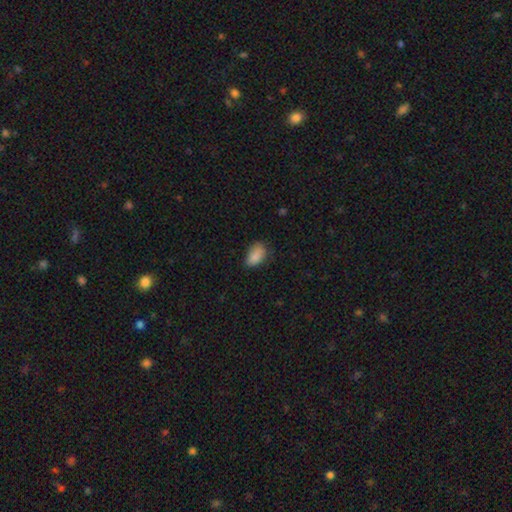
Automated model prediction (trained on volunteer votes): The model was most divided on "merging": none: 65%, minor disturbance: 28%, major disturbance: 6%, merger: 1%. More confident: how rounded — in between (91%); smooth or featured — smooth (87%).